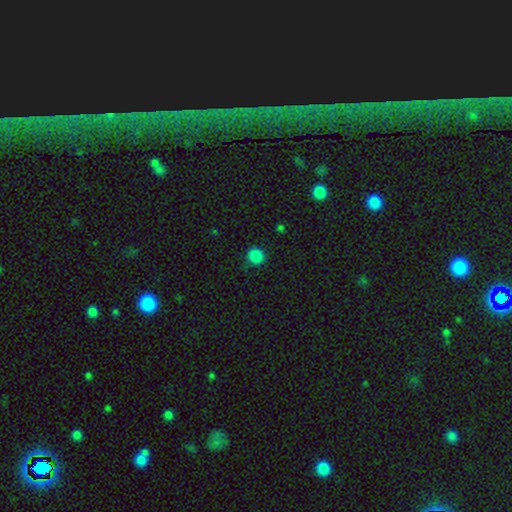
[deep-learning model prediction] The model was most divided on "smooth or featured": smooth: 85%, star or artifact: 12%, featured or disk: 3%. More confident: how rounded — round (88%); merging — none (86%).